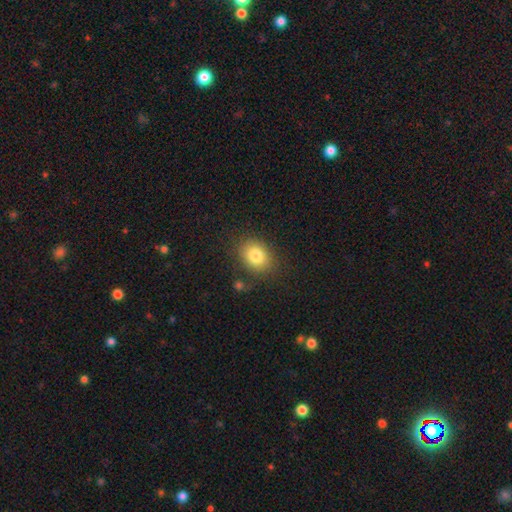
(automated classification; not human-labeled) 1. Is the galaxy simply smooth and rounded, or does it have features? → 81% smooth, 10% star or artifact, 9% featured or disk.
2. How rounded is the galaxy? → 55% in between, 45% round, 1% cigar-shaped.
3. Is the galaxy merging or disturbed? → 79% none, 13% minor disturbance, 5% major disturbance, 3% merger.